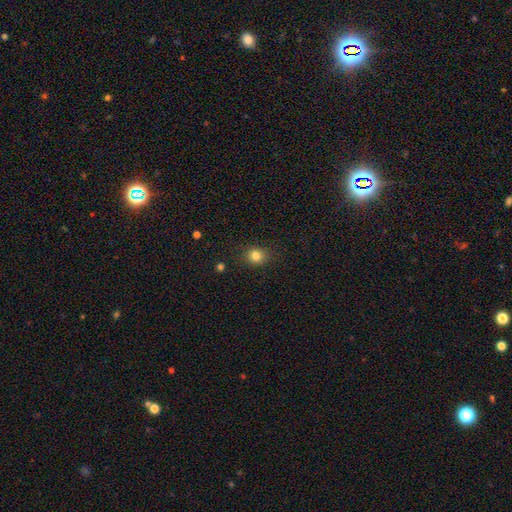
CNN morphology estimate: A smooth galaxy with no disk features (82%) that is round (71%). Merging: none (86%).